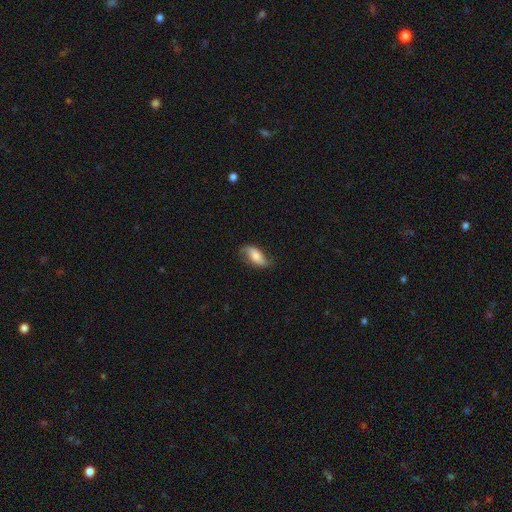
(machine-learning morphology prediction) smooth 55%, featured or disk 37%, star or artifact 7%. Down the decision tree: how rounded — in between (84%); merging — none (72%).